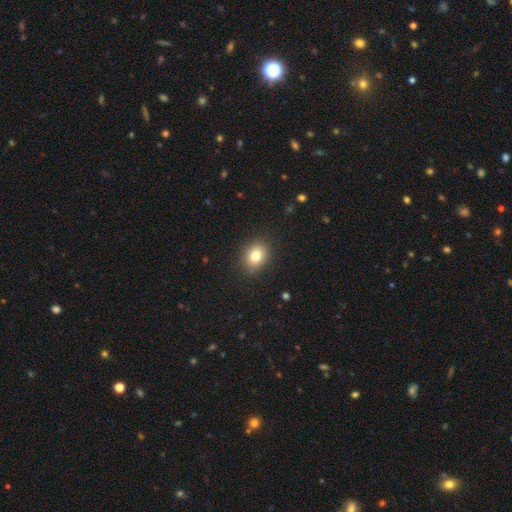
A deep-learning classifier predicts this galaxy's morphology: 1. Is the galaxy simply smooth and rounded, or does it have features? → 81% smooth, 10% star or artifact, 8% featured or disk.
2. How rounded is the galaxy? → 50% in between, 49% round, 1% cigar-shaped.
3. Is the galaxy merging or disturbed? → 88% none, 9% minor disturbance, 3% major disturbance, 1% merger.